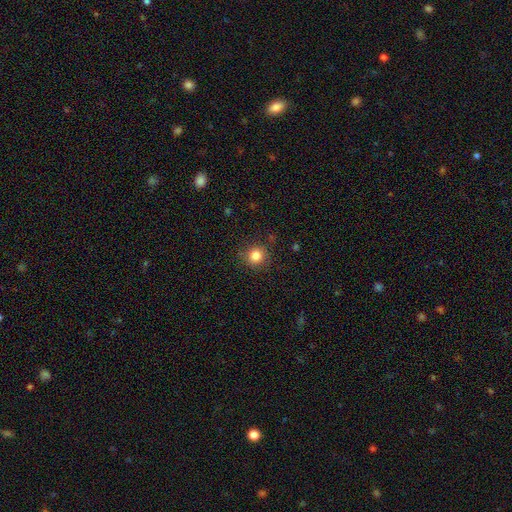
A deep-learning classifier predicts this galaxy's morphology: smooth 83%, star or artifact 12%, featured or disk 5%. Down the decision tree: how rounded — round (93%); merging — none (88%).